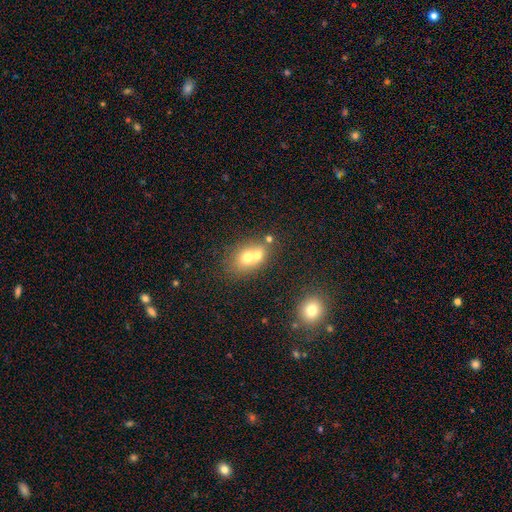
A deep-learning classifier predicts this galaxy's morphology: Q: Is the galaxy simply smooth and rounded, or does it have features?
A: smooth — 63%.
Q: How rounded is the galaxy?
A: round — 51%.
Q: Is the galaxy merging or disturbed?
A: merger — 55%.